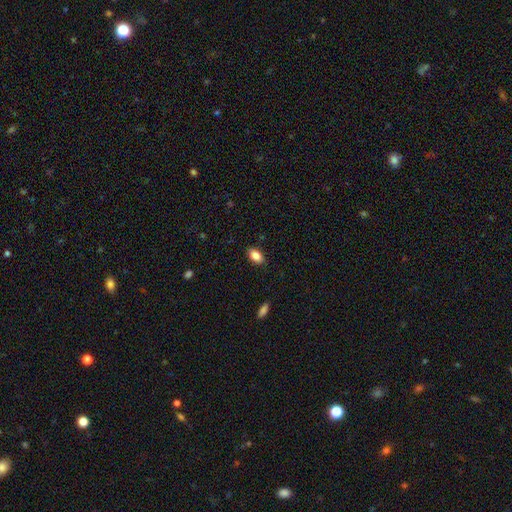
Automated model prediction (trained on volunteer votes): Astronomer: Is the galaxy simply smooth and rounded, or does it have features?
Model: smooth — 85%.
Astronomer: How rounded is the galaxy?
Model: in between — 91%.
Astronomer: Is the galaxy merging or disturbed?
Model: none — 88%.